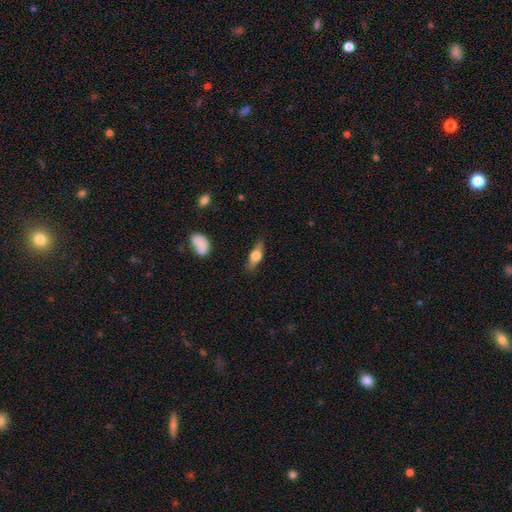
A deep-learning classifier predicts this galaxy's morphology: Smooth or featured? Predicted: smooth (p=0.50). How rounded? Predicted: in between (p=0.60). Merging? Predicted: none (p=0.81).